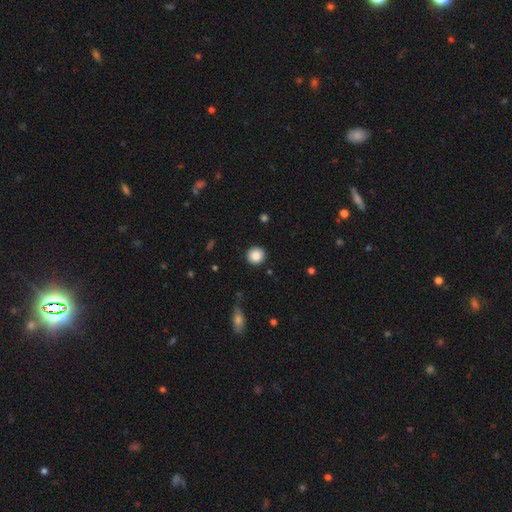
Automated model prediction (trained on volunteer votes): smooth_or_featured: smooth (p=0.86) [alt: star or artifact p=0.09]
how_rounded: round (p=0.94) [alt: in between p=0.05]
merging: none (p=0.91) [alt: minor disturbance p=0.06]